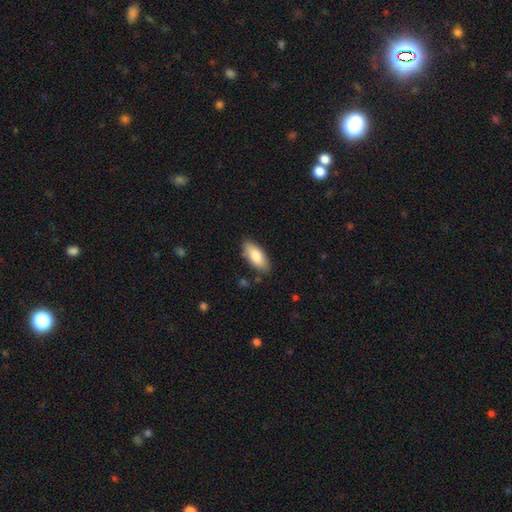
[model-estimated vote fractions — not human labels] This appears to be a smooth galaxy with no disk features (81%) that is in between round and cigar-shaped (83%). Merging: none (84%).